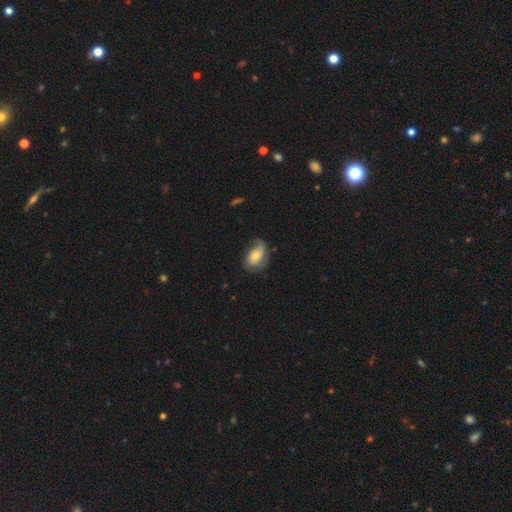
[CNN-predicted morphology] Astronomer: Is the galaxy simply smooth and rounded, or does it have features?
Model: smooth — 56% (runner-up: featured or disk, 38%).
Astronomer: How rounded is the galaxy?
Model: in between — 85%.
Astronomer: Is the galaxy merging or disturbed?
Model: none — 46% (runner-up: minor disturbance, 34%).